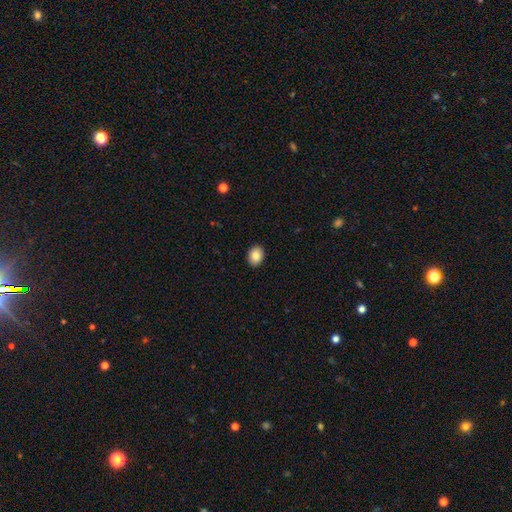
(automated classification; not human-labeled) The model was most divided on "how rounded": in between: 63%, round: 36%, cigar-shaped: 1%. More confident: merging — none (91%); smooth or featured — smooth (87%).